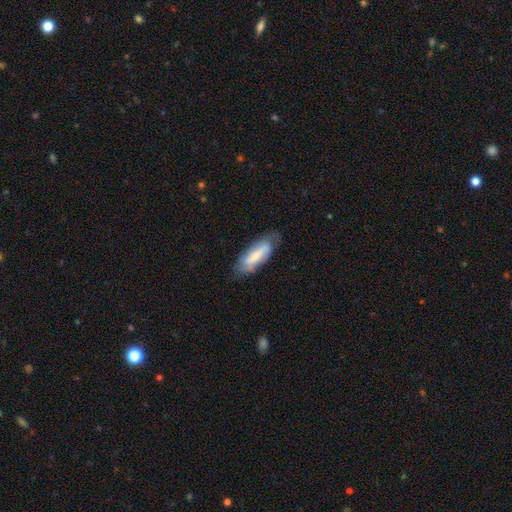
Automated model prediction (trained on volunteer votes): The model was most divided on "smooth or featured": smooth: 48%, featured or disk: 45%, star or artifact: 7%. More confident: merging — none (64%).